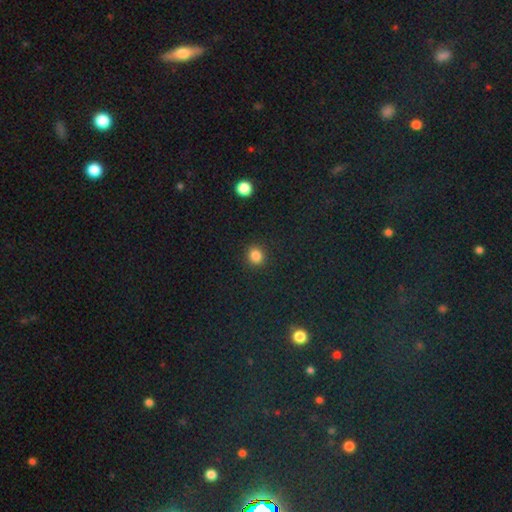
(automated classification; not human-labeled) Smooth or featured? smooth (85%)
How rounded? round (81%)
Merging? none (90%)